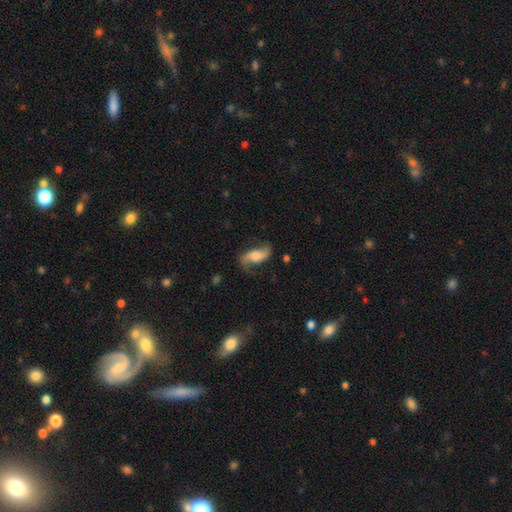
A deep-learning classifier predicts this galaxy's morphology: The model was most divided on "bulge size": moderate: 37%, small: 24%, large: 21%, none: 14%, dominant: 4%. More confident: spiral arms — yes (94%); edge-on disk — no (94%); spiral arm count — 2 (91%); spiral winding — loose (76%); smooth or featured — featured or disk (73%); merging — none (69%); bar — no (53%).